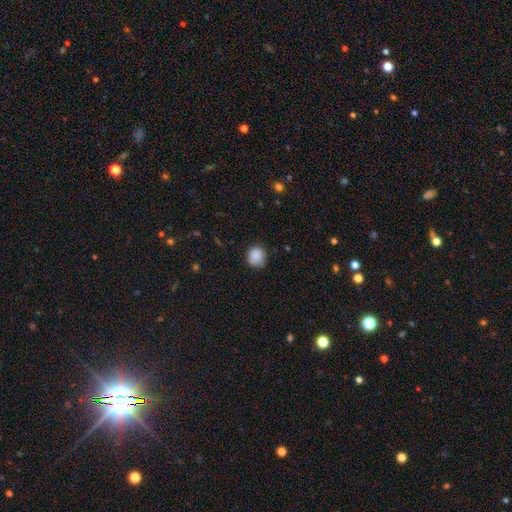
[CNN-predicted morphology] The model was most divided on "merging": none: 73%, minor disturbance: 22%, major disturbance: 4%, merger: 1%. More confident: smooth or featured — smooth (86%); how rounded — round (81%).